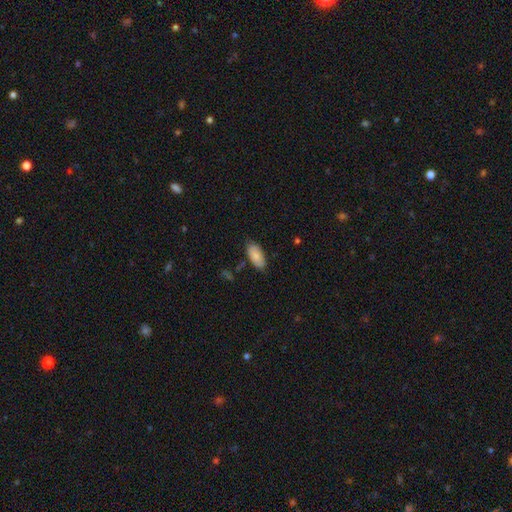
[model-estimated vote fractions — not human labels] Smooth or featured?
  - smooth: 83% *
  - featured or disk: 10%
  - star or artifact: 6%
How rounded?
  - in between: 93% *
  - cigar-shaped: 5%
  - round: 2%
Merging?
  - none: 79% *
  - minor disturbance: 16%
  - major disturbance: 3%
  - merger: 2%